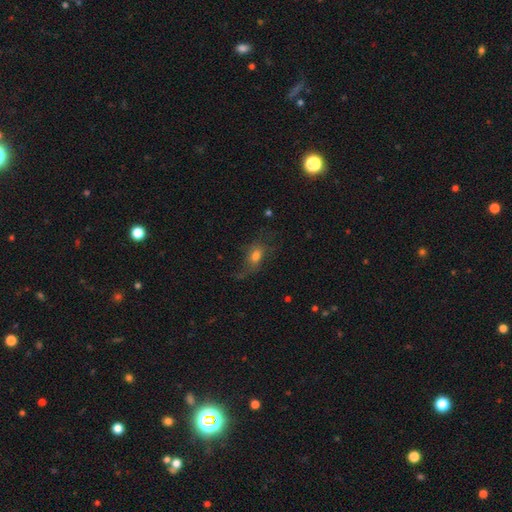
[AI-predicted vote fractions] Smooth or featured? Predicted: smooth (p=0.59). How rounded? Predicted: in between (p=0.71). Merging? Predicted: none (p=0.42).